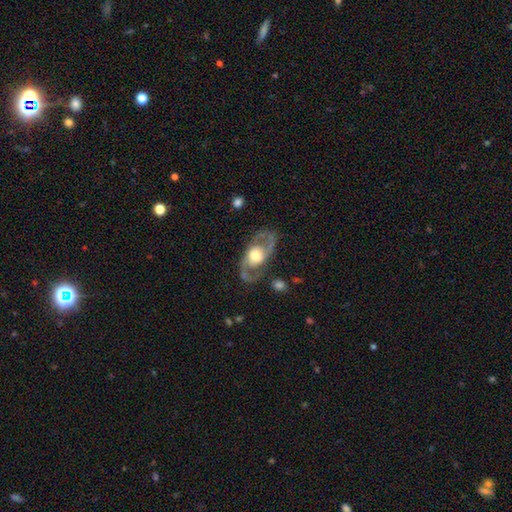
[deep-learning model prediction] smooth_or_featured: featured or disk (p=0.81) [alt: smooth p=0.14]
disk_edge_on: no (p=0.93) [alt: yes p=0.07]
bar: no (p=0.65) [alt: weak p=0.26]
has_spiral_arms: yes (p=0.80) [alt: no p=0.20]
spiral_winding: medium (p=0.54) [alt: loose p=0.27]
spiral_arm_count: 2 (p=0.90) [alt: can't tell p=0.05]
bulge_size: moderate (p=0.52) [alt: large p=0.39]
merging: none (p=0.79) [alt: minor disturbance p=0.12]